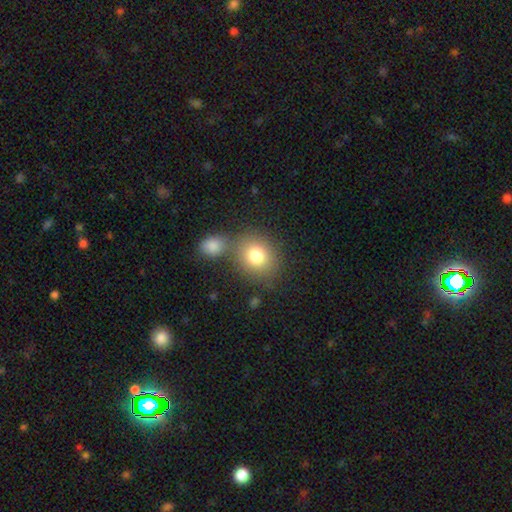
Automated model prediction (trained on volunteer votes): A smooth galaxy with no disk features (80%) that is round (73%).

Vote fractions:
- Smooth or featured? smooth: 80% / featured or disk: 10% / star or artifact: 10%
- How rounded? round: 73% / in between: 26% / cigar-shaped: 1%
- Merging? none: 58% / merger: 28% / minor disturbance: 10% / major disturbance: 4%